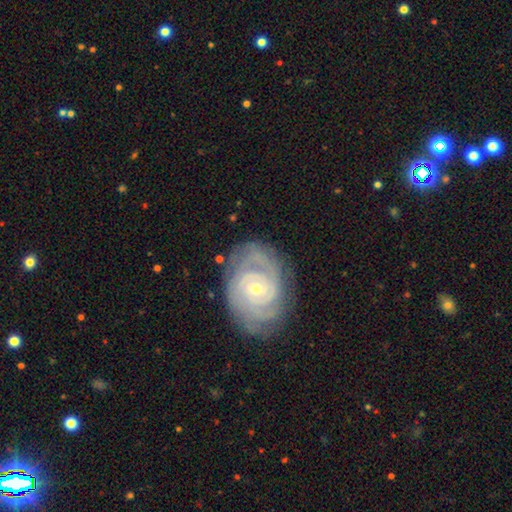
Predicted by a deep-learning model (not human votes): Morphology: type=featured or disk (87%); edge-on=no (97%); bar=no (63%); spiral arms=yes (97%); winding=tight (78%); arm count=2 (28%); bulge=small (67%); merging=none (77%).